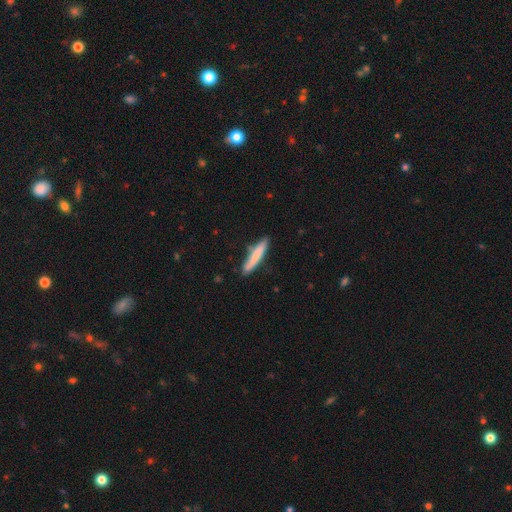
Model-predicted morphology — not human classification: smooth_or_featured: smooth (p=0.76) [alt: featured or disk p=0.19]
how_rounded: cigar-shaped (p=0.92) [alt: in between p=0.07]
merging: none (p=0.81) [alt: minor disturbance p=0.14]